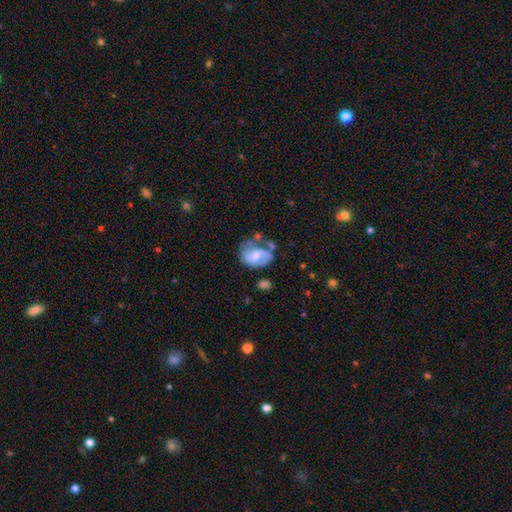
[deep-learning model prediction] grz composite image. It shows a featured or disk galaxy (64%) with no bar (53%), spiral arms (78%) and a moderate central bulge (52%). Merging: none (37%).